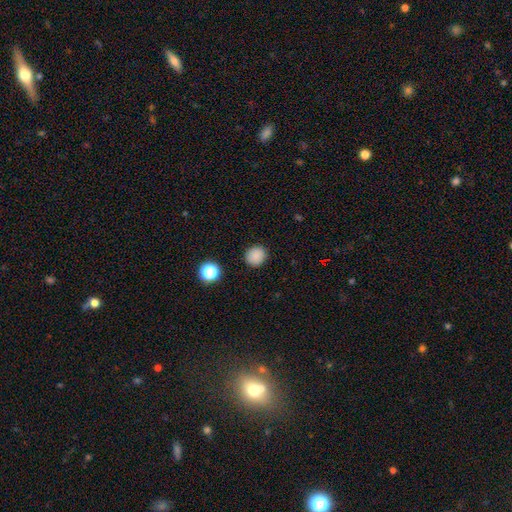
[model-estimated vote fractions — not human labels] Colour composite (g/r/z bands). It shows a smooth galaxy with no disk features (85%) that is round (87%). Merging: none (90%).